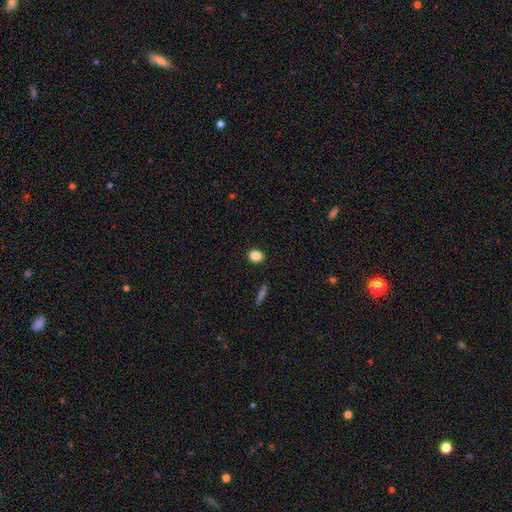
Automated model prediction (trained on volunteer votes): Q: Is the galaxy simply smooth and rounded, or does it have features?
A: smooth — 85%.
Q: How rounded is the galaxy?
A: in between — 53%.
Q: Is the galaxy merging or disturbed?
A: none — 90%.